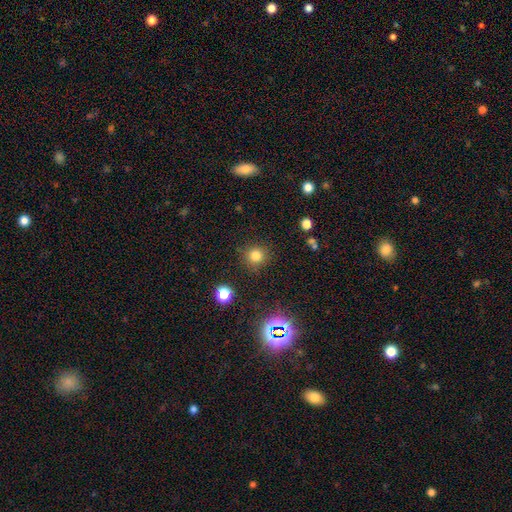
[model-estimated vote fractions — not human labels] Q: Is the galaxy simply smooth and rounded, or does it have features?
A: smooth — 78%.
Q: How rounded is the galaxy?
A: round — 92%.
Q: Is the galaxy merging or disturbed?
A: none — 87%.